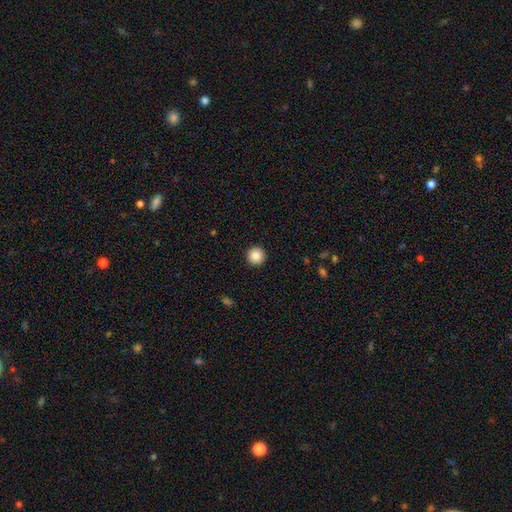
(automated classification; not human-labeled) Smooth or featured?
  - smooth: 87% *
  - star or artifact: 9%
  - featured or disk: 4%
How rounded?
  - round: 96% *
  - in between: 3%
  - cigar-shaped: 1%
Merging?
  - none: 93% *
  - minor disturbance: 4%
  - major disturbance: 2%
  - merger: 1%